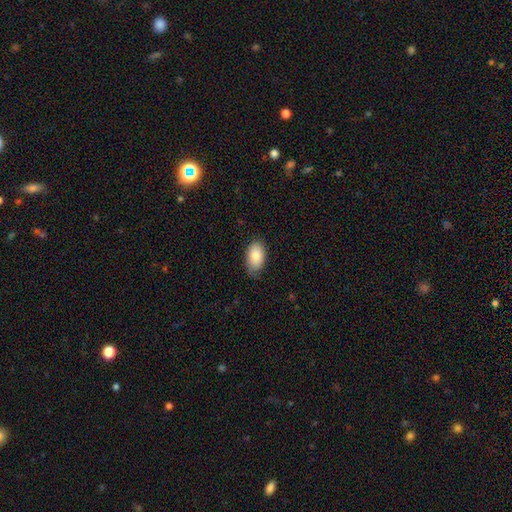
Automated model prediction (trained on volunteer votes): A smooth galaxy with no disk features (85%) that is in between round and cigar-shaped (93%).

Vote fractions:
- Smooth or featured? smooth: 85% / featured or disk: 9% / star or artifact: 7%
- How rounded? in between: 93% / round: 5% / cigar-shaped: 2%
- Merging? none: 74% / minor disturbance: 21% / major disturbance: 3% / merger: 1%